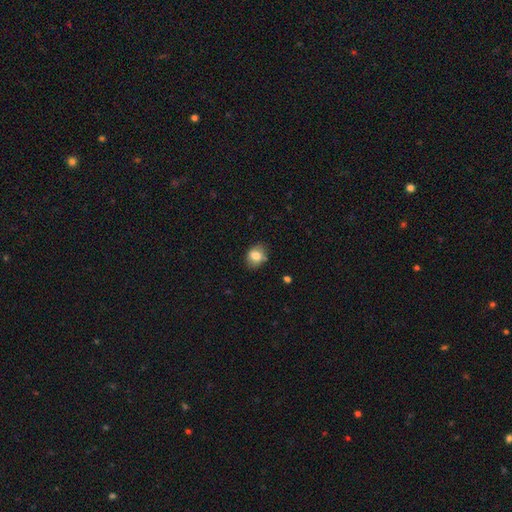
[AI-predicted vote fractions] Morphology: type=smooth (80%); roundness=in between (53%); merging=none (73%).